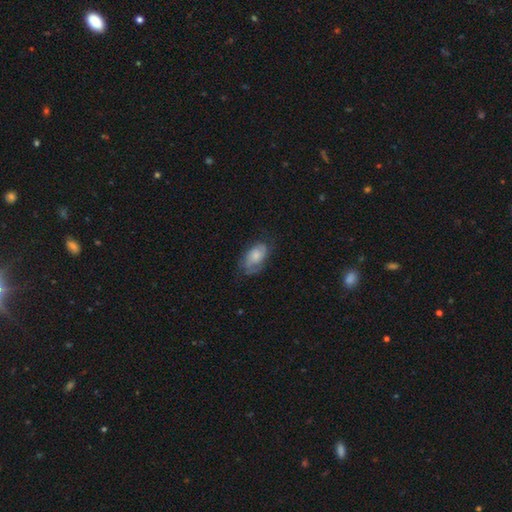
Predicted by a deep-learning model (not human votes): This appears to be a smooth galaxy with no disk features (56%) that is in between round and cigar-shaped (91%). Merging: none (55%).